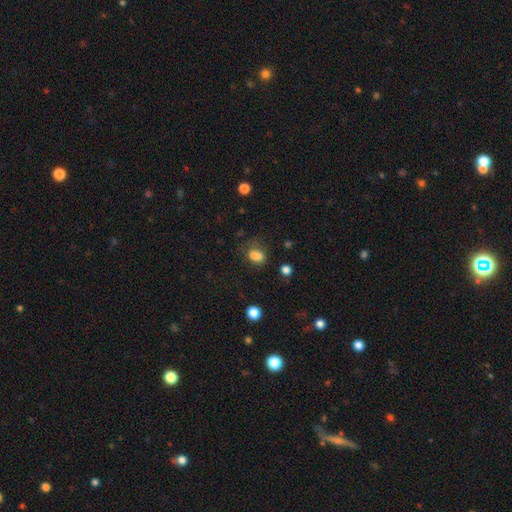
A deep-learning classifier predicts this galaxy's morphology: Smooth or featured? Predicted: smooth (p=0.79). How rounded? Predicted: in between (p=0.67). Merging? Predicted: none (p=0.52).